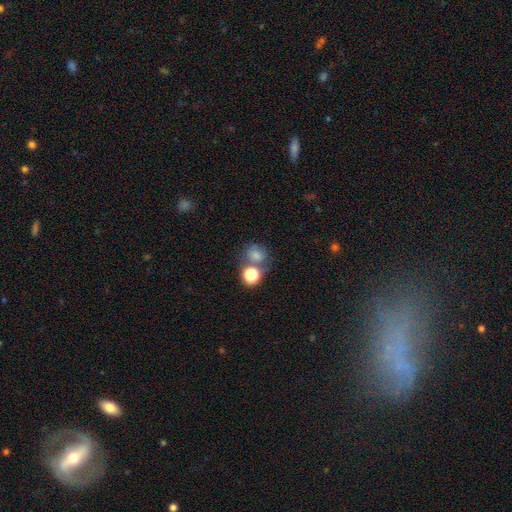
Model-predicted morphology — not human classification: Overall: smooth (70%). How rounded: round (72%). Merging: none (48%; merger 32%).